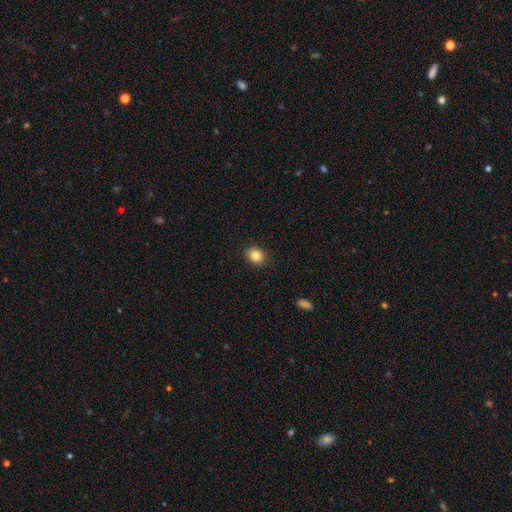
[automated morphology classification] This is clearly a smooth galaxy (83%). How rounded: possibly round (54%). Merging: clearly none (90%).